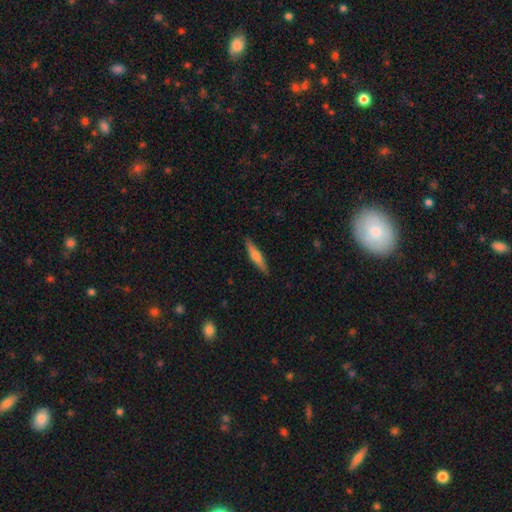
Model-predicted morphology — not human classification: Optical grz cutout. It shows a smooth galaxy with no disk features (55%) that is cigar-shaped (87%). Merging: none (89%).